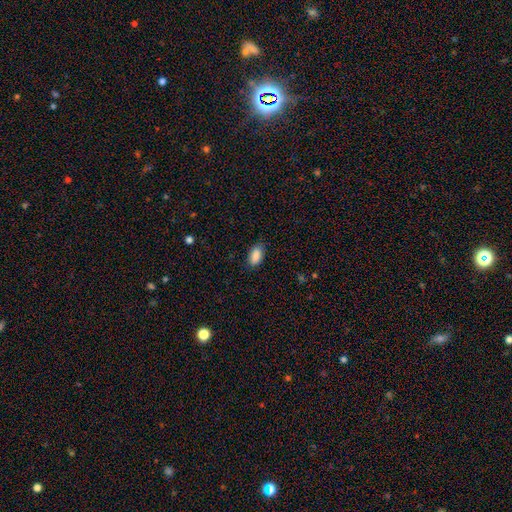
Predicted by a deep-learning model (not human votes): Q: Smooth or featured?
A: smooth (89%); runner-up: star or artifact (7%)
Q: How rounded?
A: in between (91%); runner-up: cigar-shaped (5%)
Q: Merging?
A: none (83%); runner-up: minor disturbance (13%)